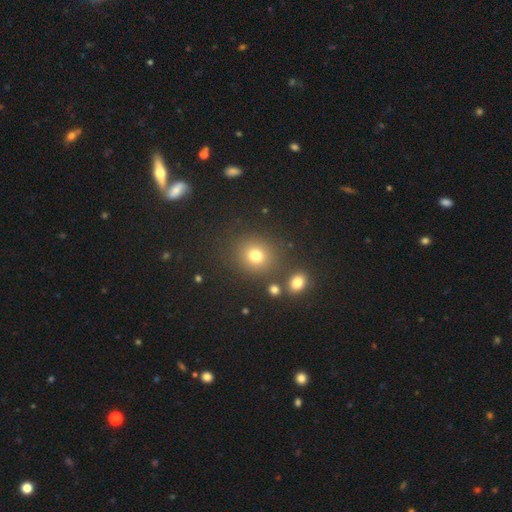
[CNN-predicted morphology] A smooth galaxy with no disk features (75%) that is round (80%). Merging: none (81%).